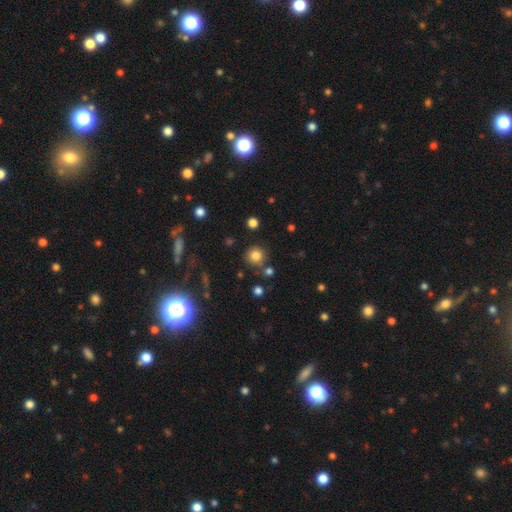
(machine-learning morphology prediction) Smooth or featured? Predicted: smooth (p=0.81). How rounded? Predicted: round (p=0.92). Merging? Predicted: none (p=0.80).